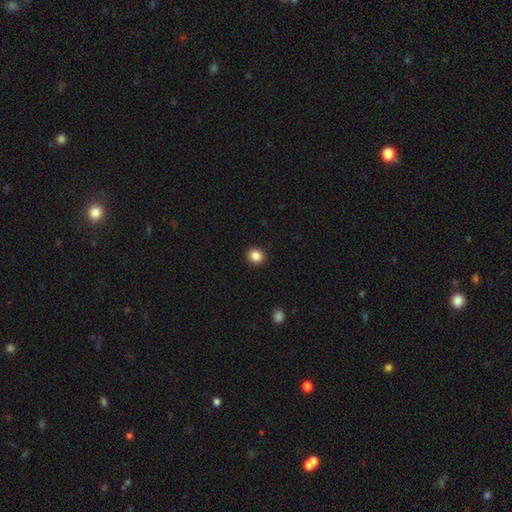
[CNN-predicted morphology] smooth-or-featured: smooth: 87% | star or artifact: 10% | featured or disk: 3%
  how-rounded: round: 83% | in between: 16% | cigar-shaped: 1%
  merging: none: 92% | minor disturbance: 5% | major disturbance: 2% | merger: 1%